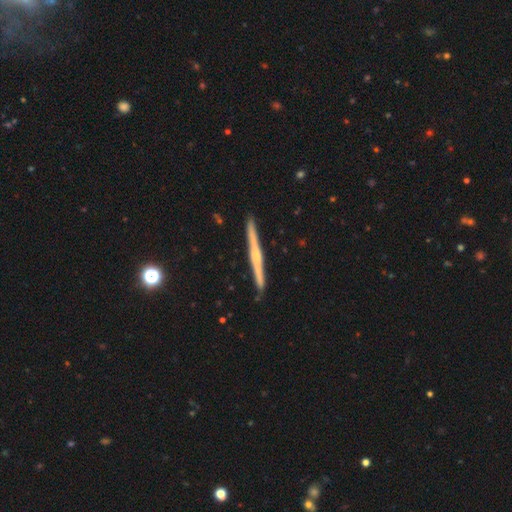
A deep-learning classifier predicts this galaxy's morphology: Smooth or featured: featured or disk — 72% (smooth — 22%)
Edge-on disk: yes — 98% (no — 2%)
Edge-on bulge: rounded — 61% (none — 29%)
Merging: none — 91% (minor disturbance — 6%)